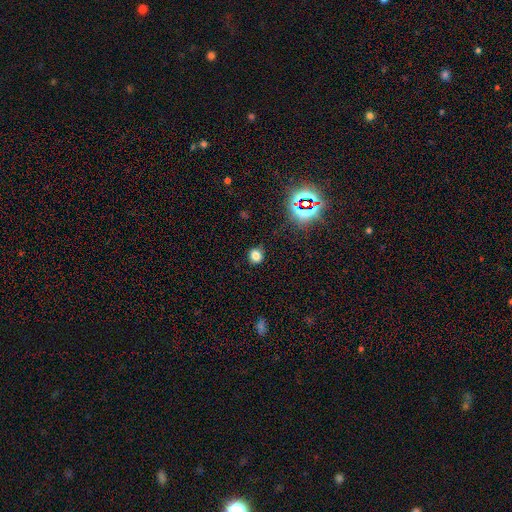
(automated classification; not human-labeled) smooth-or-featured: smooth: 77% | star or artifact: 17% | featured or disk: 5%
  how-rounded: round: 81% | in between: 18% | cigar-shaped: 1%
  merging: none: 87% | minor disturbance: 8% | major disturbance: 3% | merger: 1%